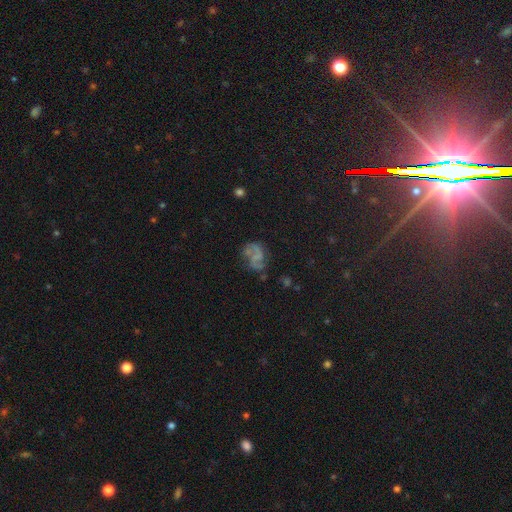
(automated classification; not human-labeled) A featured or disk galaxy (68%) with no bar (59%), 2 (83%) loose (48%) spiral arms (85%) and no central bulge (69%). Merging: none (53%).